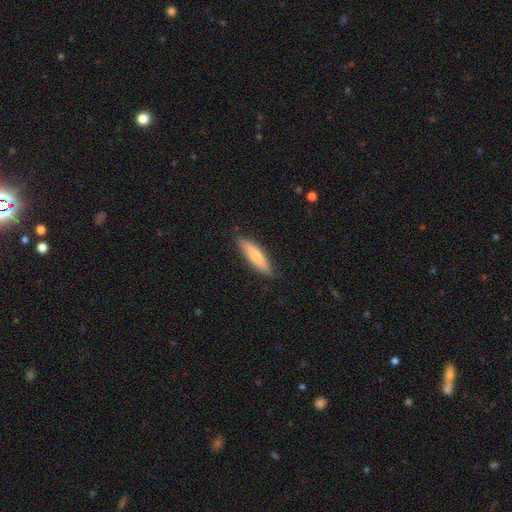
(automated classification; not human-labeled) Smooth or featured? Predicted: smooth (p=0.69). How rounded? Predicted: cigar-shaped (p=0.77). Merging? Predicted: none (p=0.85).